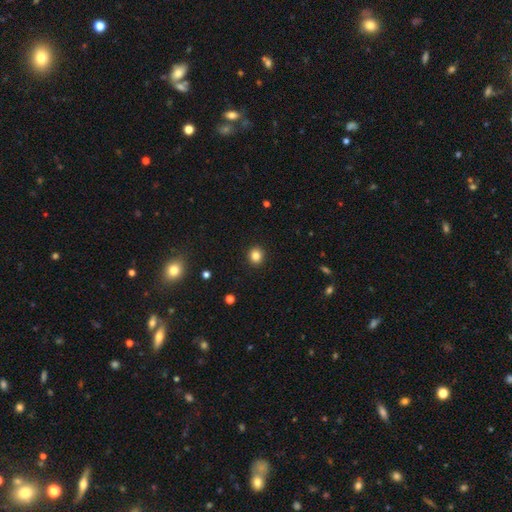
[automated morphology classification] Smooth or featured? smooth (83%)
How rounded? round (86%)
Merging? none (92%)